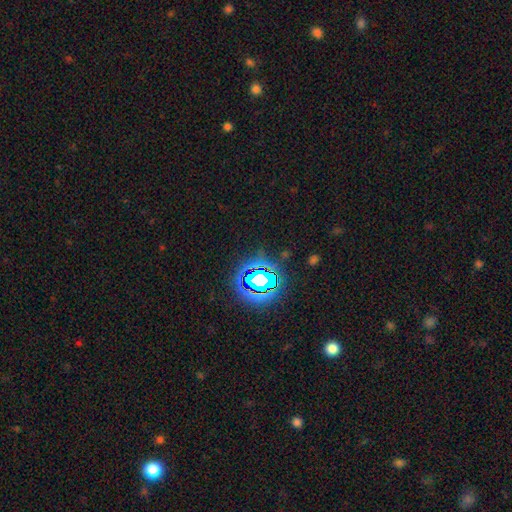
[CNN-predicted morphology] Smooth or featured: star or artifact — 77% (smooth — 14%)